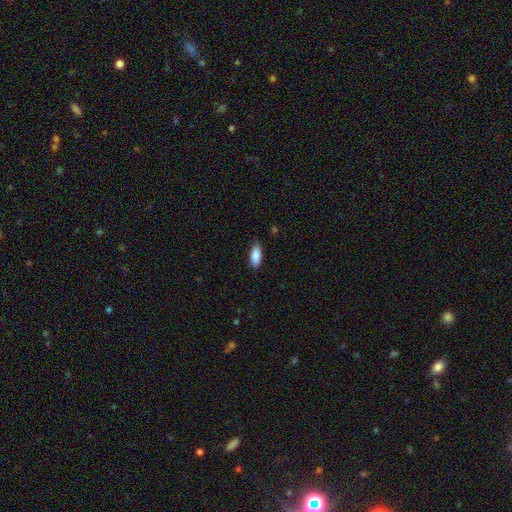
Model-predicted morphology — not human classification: type=smooth (88%); roundness=in between (81%); merging=none (83%).